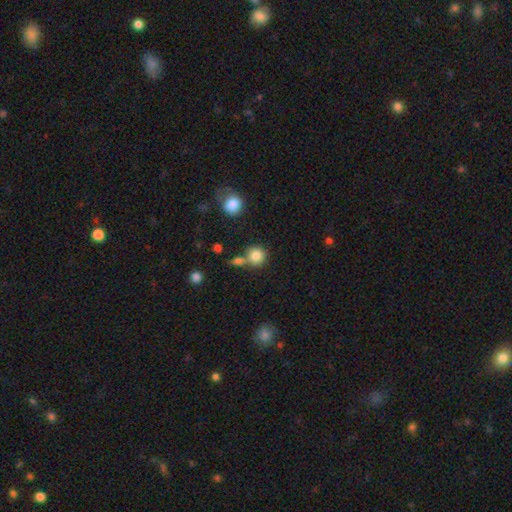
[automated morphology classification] Q: Smooth or featured?
A: smooth (83%); runner-up: star or artifact (10%)
Q: How rounded?
A: round (90%); runner-up: in between (9%)
Q: Merging?
A: none (62%); runner-up: merger (25%)